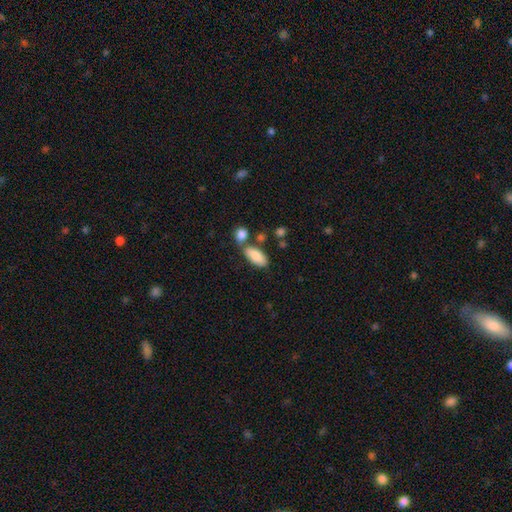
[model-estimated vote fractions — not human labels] Smooth or featured?
  - smooth: 85% *
  - featured or disk: 9%
  - star or artifact: 6%
How rounded?
  - in between: 88% *
  - cigar-shaped: 9%
  - round: 3%
Merging?
  - none: 62% *
  - merger: 21%
  - minor disturbance: 13%
  - major disturbance: 4%